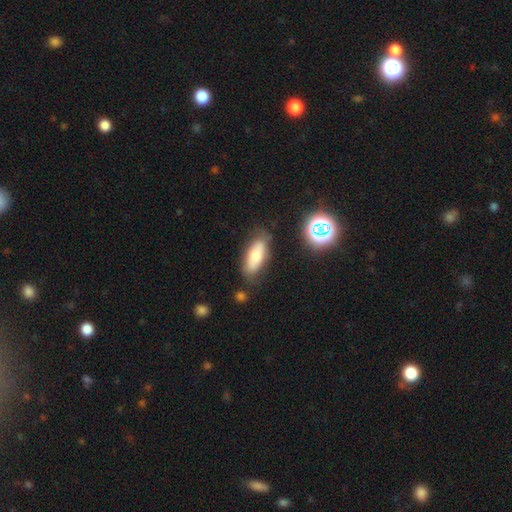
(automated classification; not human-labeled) The model was most divided on "smooth or featured": smooth: 67%, featured or disk: 23%, star or artifact: 10%. More confident: how rounded — in between (76%); merging — none (73%).